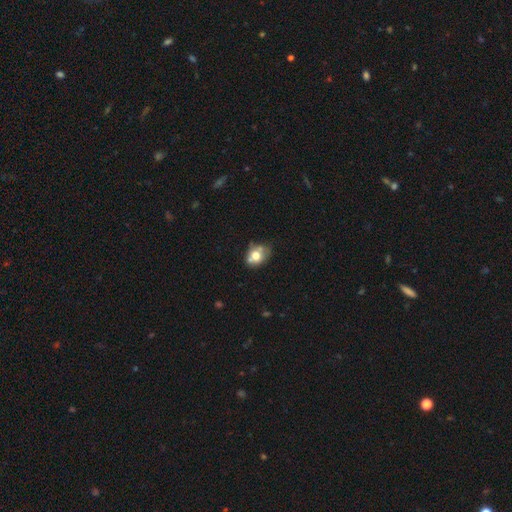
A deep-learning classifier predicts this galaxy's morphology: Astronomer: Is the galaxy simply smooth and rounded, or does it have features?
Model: smooth — 65%.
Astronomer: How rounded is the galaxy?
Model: in between — 56% (runner-up: round, 43%).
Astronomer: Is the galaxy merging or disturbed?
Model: none — 50%.